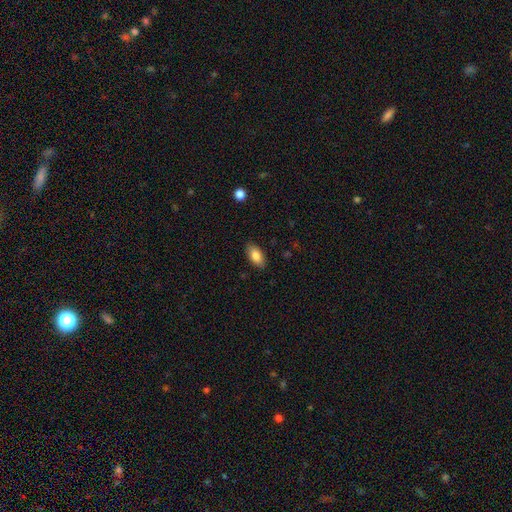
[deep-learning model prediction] smooth 84%, featured or disk 9%, star or artifact 7%. Down the decision tree: how rounded — in between (91%); merging — none (87%).